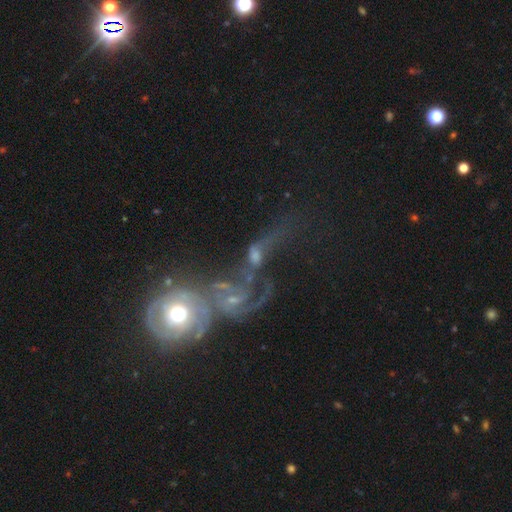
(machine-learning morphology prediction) Smooth or featured: featured or disk — 68% (smooth — 17%)
Edge-on disk: no — 94% (yes — 6%)
Bar: no — 59% (weak — 29%)
Spiral arms: yes — 80% (no — 20%)
Spiral winding: loose — 46% (medium — 33%)
Spiral arm count: 2 — 37% (can't tell — 27%)
Bulge size: moderate — 43% (small — 35%)
Merging: merger — 61% (major disturbance — 18%)